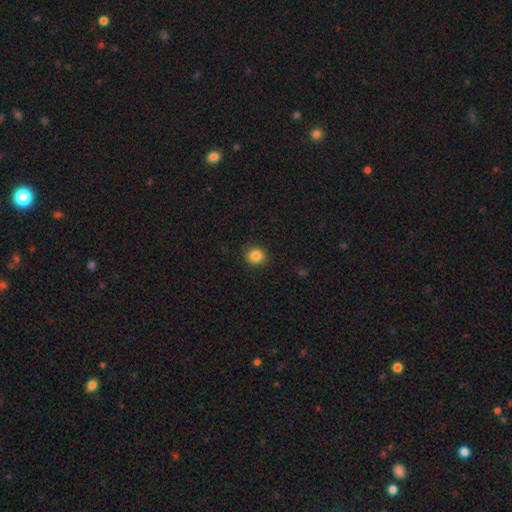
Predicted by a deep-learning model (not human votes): Overall: smooth (86%). How rounded: round (89%). Merging: none (91%).